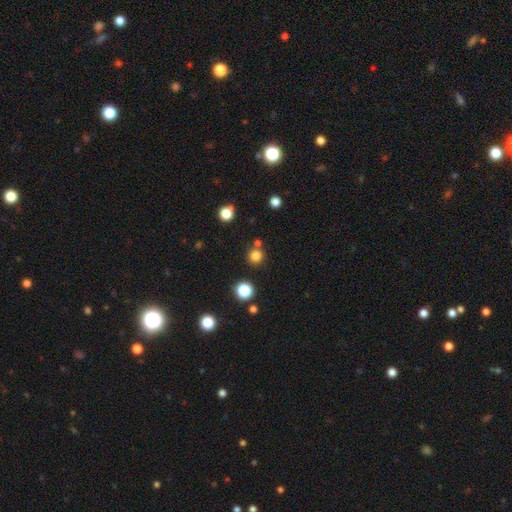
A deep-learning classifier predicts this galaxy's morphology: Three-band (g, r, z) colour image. It shows a smooth galaxy with no disk features (80%) that is round (94%). Merging: none (77%).